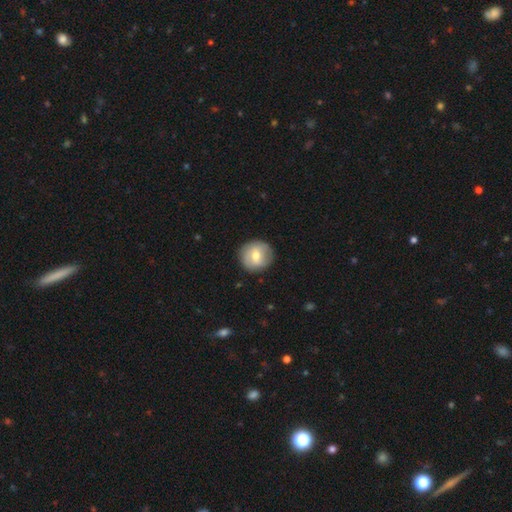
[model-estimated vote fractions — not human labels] Smooth or featured? smooth (56%)
How rounded? round (90%)
Merging? none (86%)